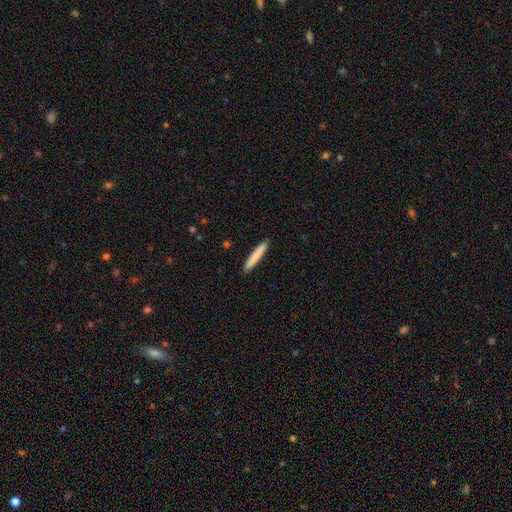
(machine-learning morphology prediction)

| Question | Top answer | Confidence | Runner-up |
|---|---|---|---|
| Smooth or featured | smooth | 82% | featured or disk (12%) |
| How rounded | cigar-shaped | 95% | in between (4%) |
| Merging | none | 92% | minor disturbance (6%) |